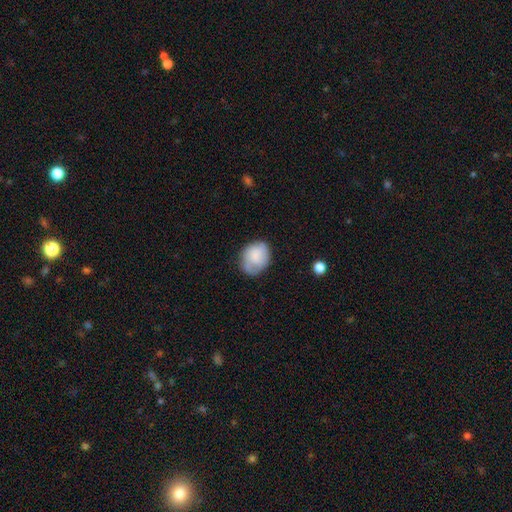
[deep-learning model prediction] smooth-or-featured: smooth: 72% | featured or disk: 21% | star or artifact: 7%
  how-rounded: in between: 50% | round: 49% | cigar-shaped: 1%
  merging: none: 64% | minor disturbance: 26% | major disturbance: 9% | merger: 2%